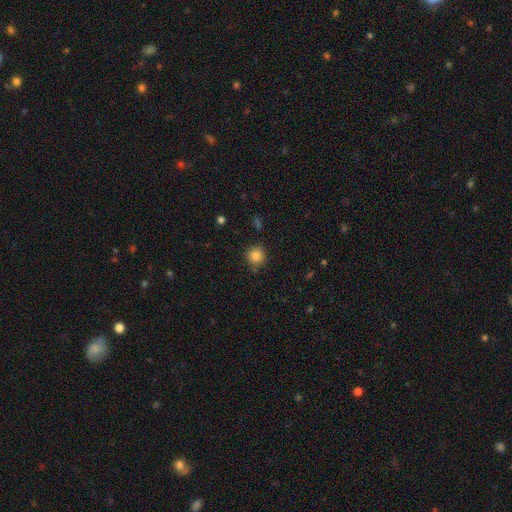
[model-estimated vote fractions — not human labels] The model was most divided on "smooth or featured": smooth: 84%, star or artifact: 11%, featured or disk: 5%. More confident: how rounded — round (92%); merging — none (84%).